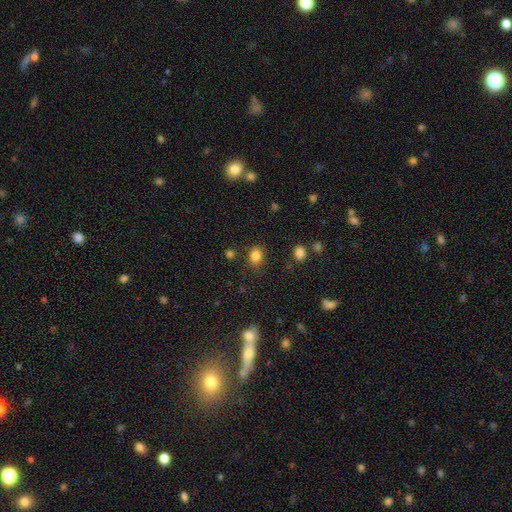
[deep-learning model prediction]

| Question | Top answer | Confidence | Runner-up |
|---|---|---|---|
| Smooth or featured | smooth | 84% | star or artifact (11%) |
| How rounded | in between | 59% | round (40%) |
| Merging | none | 81% | minor disturbance (12%) |